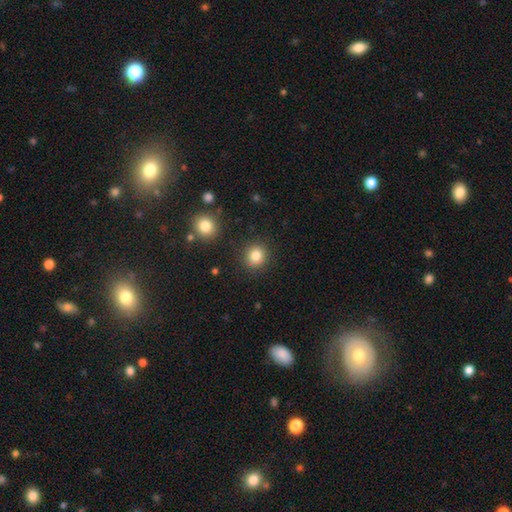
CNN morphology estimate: A smooth galaxy with no disk features (83%) that is round (90%). Merging: none (88%).